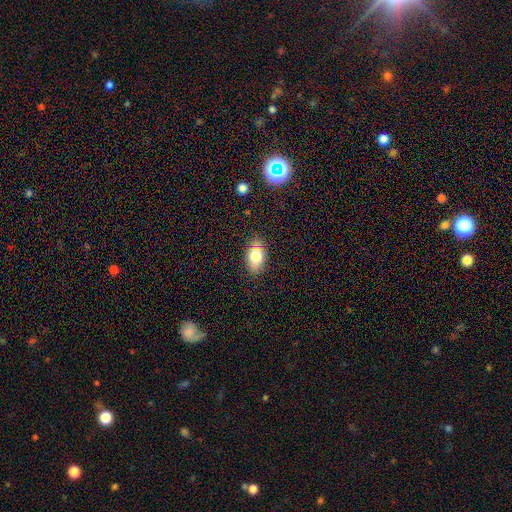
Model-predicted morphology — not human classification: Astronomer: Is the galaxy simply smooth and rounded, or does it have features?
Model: smooth — 76%.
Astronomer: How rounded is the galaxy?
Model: in between — 87%.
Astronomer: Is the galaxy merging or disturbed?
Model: none — 78%.